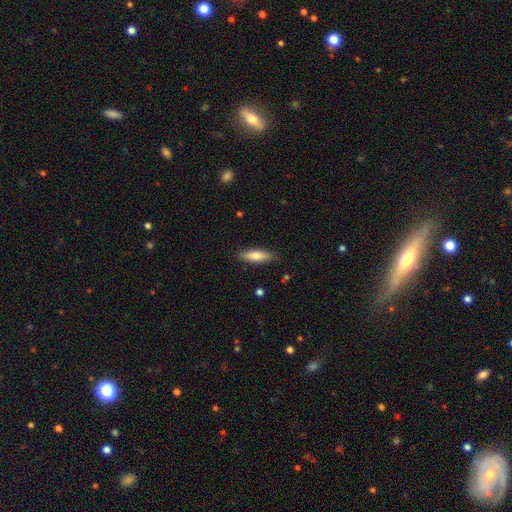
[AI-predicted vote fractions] Morphology: type=smooth (71%); roundness=cigar-shaped (56%); merging=none (86%).